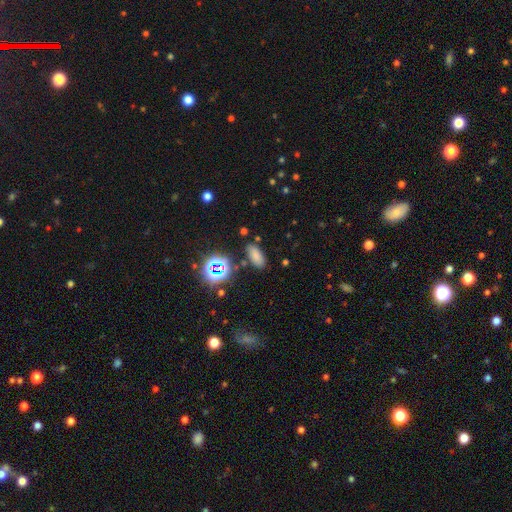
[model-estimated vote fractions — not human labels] Q: Smooth or featured?
A: smooth (70%); runner-up: star or artifact (22%)
Q: How rounded?
A: in between (84%); runner-up: cigar-shaped (10%)
Q: Merging?
A: none (82%); runner-up: minor disturbance (10%)